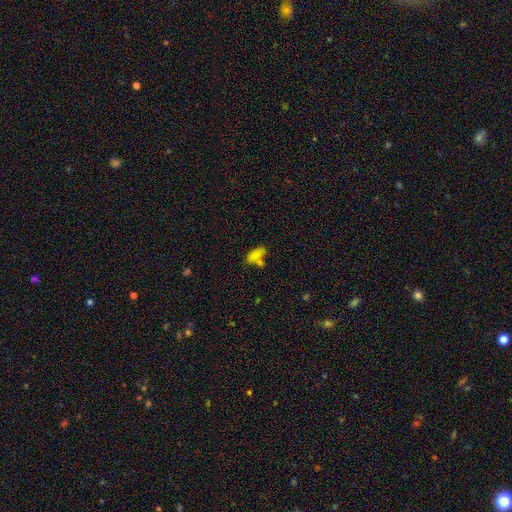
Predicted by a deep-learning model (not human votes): A smooth galaxy with no disk features (77%) that is in between round and cigar-shaped (83%).

Vote fractions:
- Smooth or featured? smooth: 77% / featured or disk: 13% / star or artifact: 10%
- How rounded? in between: 83% / cigar-shaped: 13% / round: 4%
- Merging? none: 50% / merger: 29% / minor disturbance: 15% / major disturbance: 5%